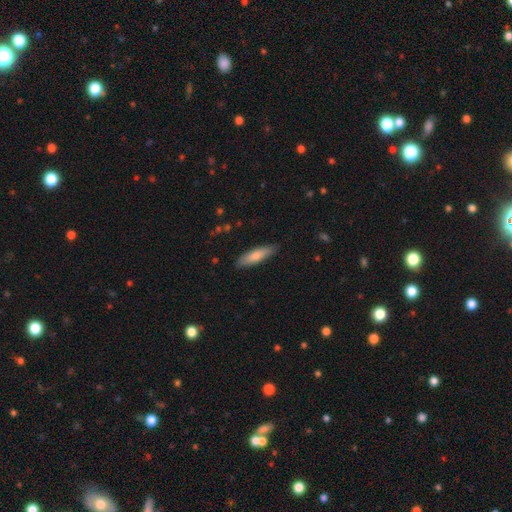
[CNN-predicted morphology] The model was most divided on "how rounded": cigar-shaped: 63%, in between: 35%, round: 2%. More confident: merging — none (85%); smooth or featured — smooth (77%).